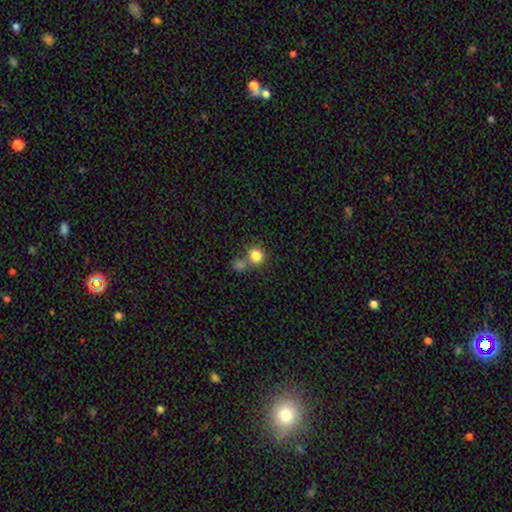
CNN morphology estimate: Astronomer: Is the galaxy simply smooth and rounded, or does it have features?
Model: smooth — 83%.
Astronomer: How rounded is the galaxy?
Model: round — 85%.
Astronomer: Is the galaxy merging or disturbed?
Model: none — 56% (runner-up: merger, 31%).